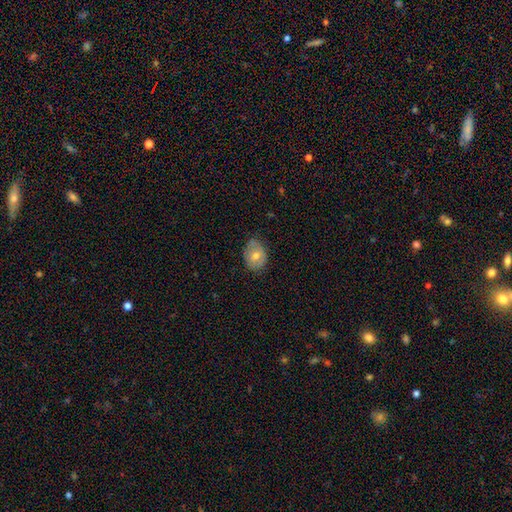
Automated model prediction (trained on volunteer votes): Smooth or featured: smooth — 57% (featured or disk — 33%)
How rounded: in between — 58% (round — 41%)
Merging: none — 74% (minor disturbance — 21%)